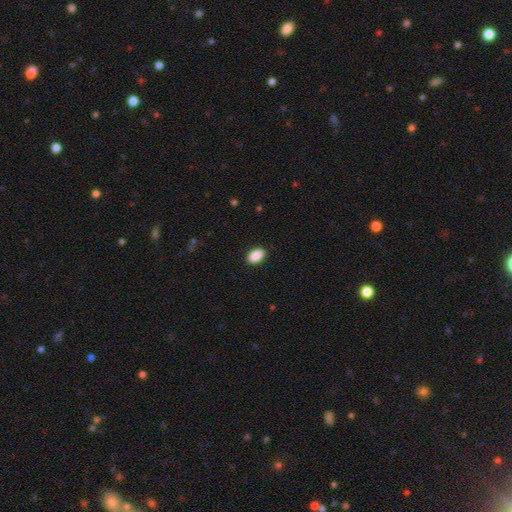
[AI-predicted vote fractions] A smooth galaxy with no disk features (90%) that is in between round and cigar-shaped (90%).

Vote fractions:
- Smooth or featured? smooth: 90% / star or artifact: 7% / featured or disk: 3%
- How rounded? in between: 90% / round: 8% / cigar-shaped: 2%
- Merging? none: 89% / minor disturbance: 8% / major disturbance: 2% / merger: 1%